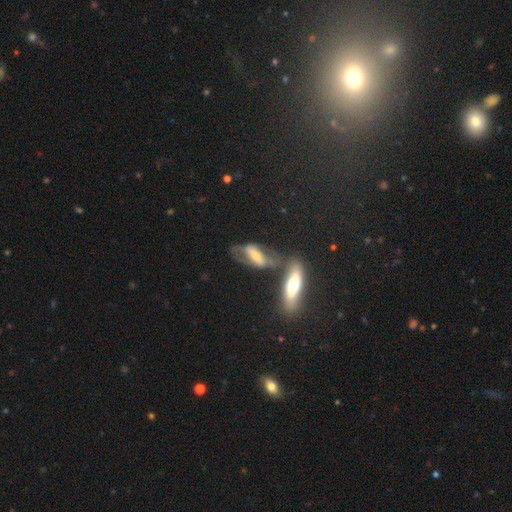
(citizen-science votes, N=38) smooth-or-featured: featured or disk: 66% | smooth: 26% | star or artifact: 8%
  disk-edge-on: no: 56% | yes: 44%
    bar: strong: 64% | weak: 21% | no: 14%
    has-spiral-arms: no: 86% | yes: 14%
    bulge-size: moderate: 43% | small: 36% | large: 14% | none: 7% | dominant: 0%
  merging: none: 37% (tied) | merger: 37% (tied) | minor disturbance: 14% | major disturbance: 11%